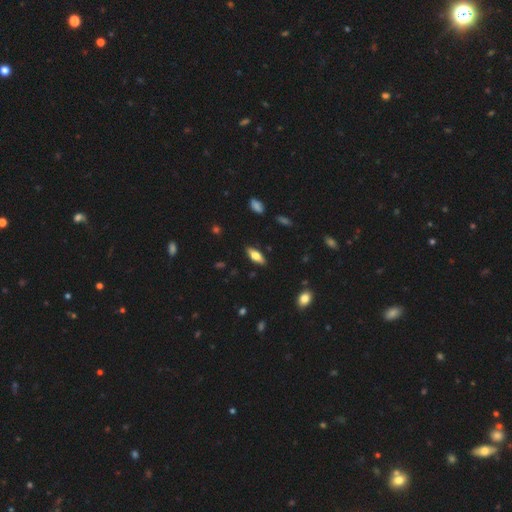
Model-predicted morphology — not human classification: Smooth or featured?
  - smooth: 62% *
  - featured or disk: 31%
  - star or artifact: 7%
How rounded?
  - in between: 71% *
  - cigar-shaped: 27%
  - round: 2%
Merging?
  - none: 86% *
  - minor disturbance: 10%
  - major disturbance: 2%
  - merger: 1%